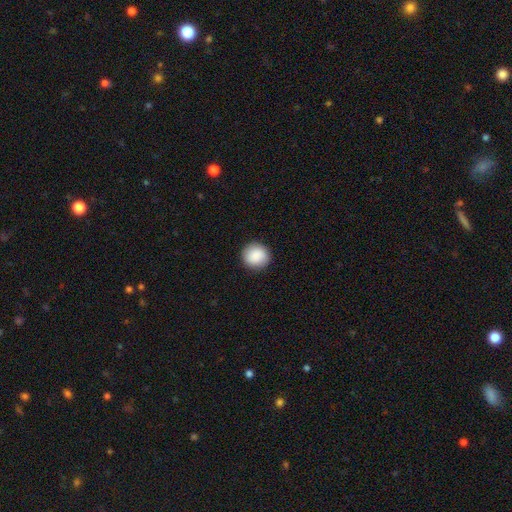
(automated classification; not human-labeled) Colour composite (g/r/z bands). It shows a smooth galaxy with no disk features (88%) that is round (93%). Merging: none (91%).